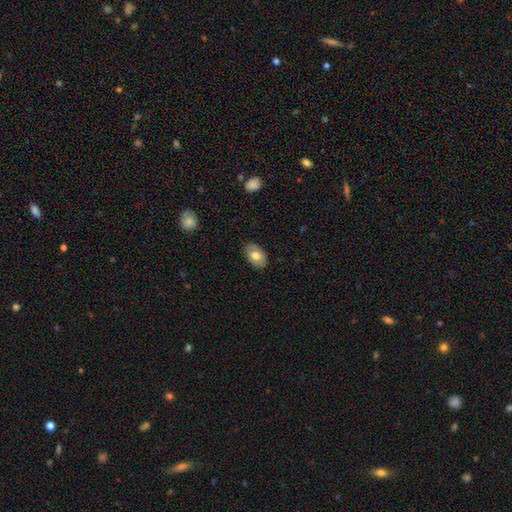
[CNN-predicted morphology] Smooth or featured?
  - smooth: 74% *
  - featured or disk: 19%
  - star or artifact: 7%
How rounded?
  - in between: 89% *
  - round: 10%
  - cigar-shaped: 1%
Merging?
  - none: 84% *
  - minor disturbance: 12%
  - major disturbance: 2%
  - merger: 1%